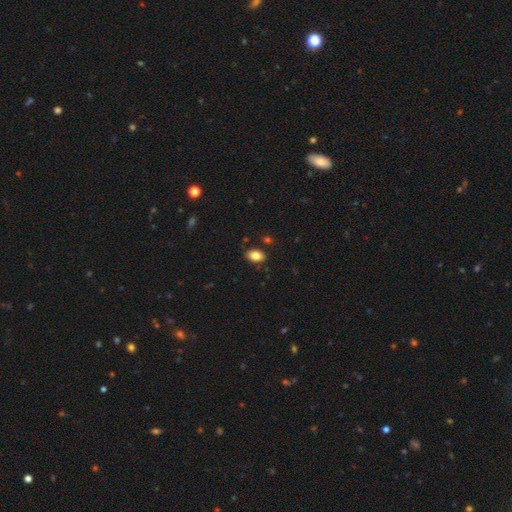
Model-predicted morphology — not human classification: Smooth or featured: smooth — 84% (star or artifact — 8%)
How rounded: in between — 87% (round — 11%)
Merging: none — 85% (minor disturbance — 10%)